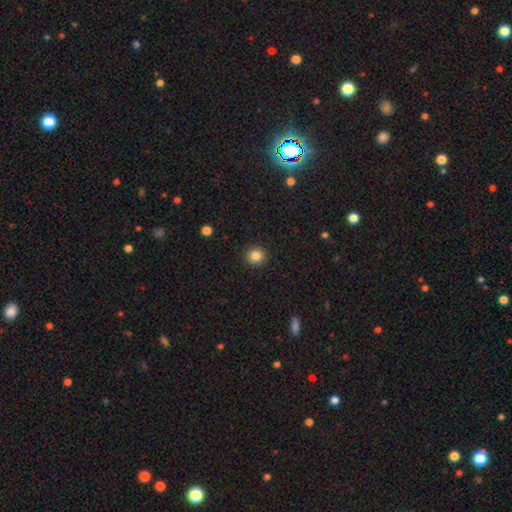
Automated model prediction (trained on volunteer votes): smooth_or_featured: smooth (p=0.85) [alt: star or artifact p=0.11]
how_rounded: round (p=0.93) [alt: in between p=0.06]
merging: none (p=0.92) [alt: minor disturbance p=0.05]